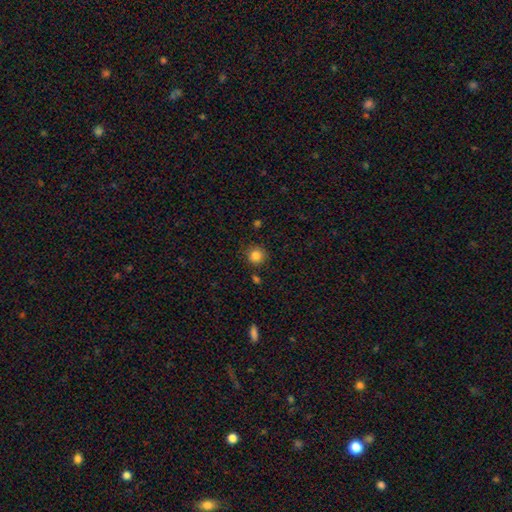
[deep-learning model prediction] The model was most divided on "smooth or featured": smooth: 84%, star or artifact: 11%, featured or disk: 5%. More confident: how rounded — round (93%); merging — none (85%).